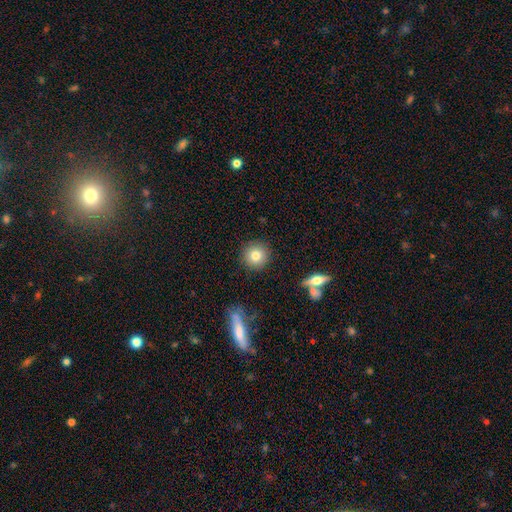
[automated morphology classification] Smooth or featured: smooth — 80% (featured or disk — 10%)
How rounded: round — 93% (in between — 5%)
Merging: none — 89% (minor disturbance — 7%)